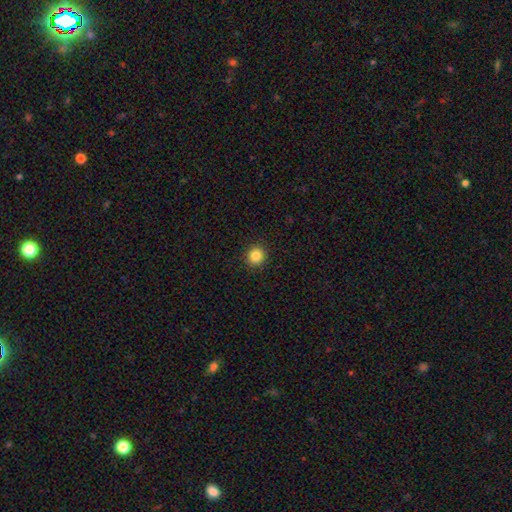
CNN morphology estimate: Smooth or featured? smooth (84%)
How rounded? round (92%)
Merging? none (92%)